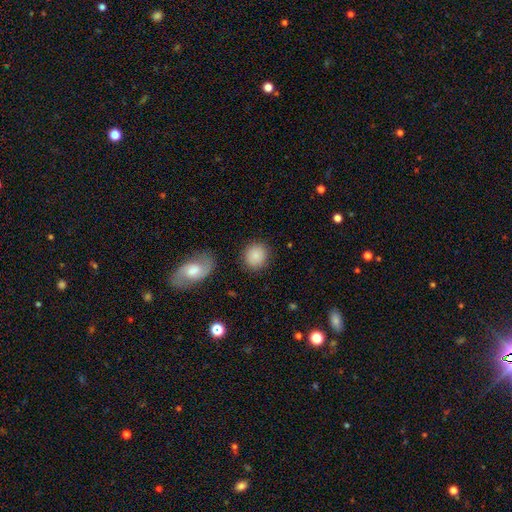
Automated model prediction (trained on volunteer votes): smooth_or_featured: smooth (p=0.86) [alt: star or artifact p=0.08]
how_rounded: round (p=0.78) [alt: in between p=0.21]
merging: none (p=0.85) [alt: minor disturbance p=0.09]